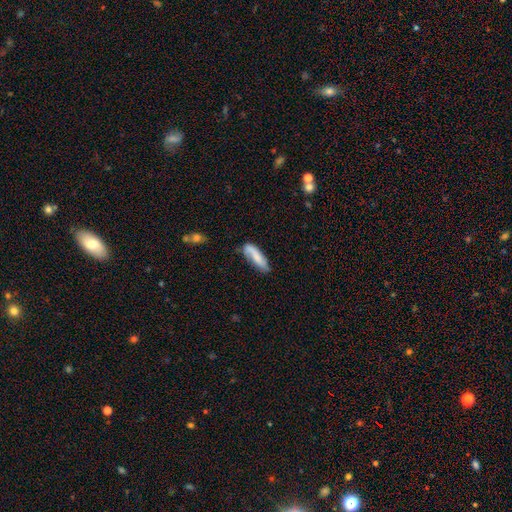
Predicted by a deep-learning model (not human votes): A smooth galaxy with no disk features (67%) that is cigar-shaped (51%).

Vote fractions:
- Smooth or featured? smooth: 67% / featured or disk: 26% / star or artifact: 7%
- How rounded? cigar-shaped: 51% / in between: 47% / round: 2%
- Merging? none: 54% / minor disturbance: 30% / major disturbance: 11% / merger: 5%